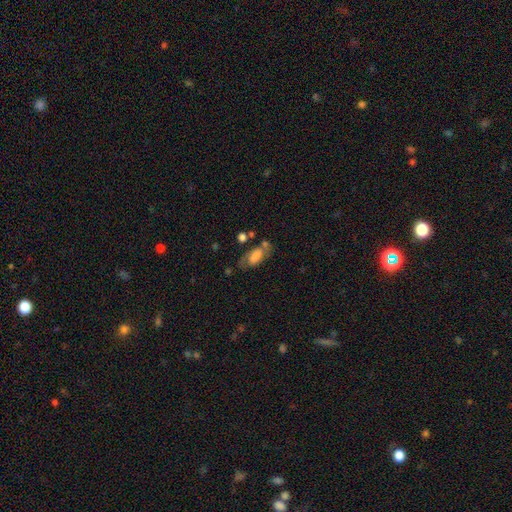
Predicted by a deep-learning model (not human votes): Smooth or featured?
  - smooth: 51% *
  - featured or disk: 40%
  - star or artifact: 9%
How rounded?
  - in between: 86% *
  - cigar-shaped: 9%
  - round: 5%
Merging?
  - none: 57% *
  - minor disturbance: 22%
  - major disturbance: 12%
  - merger: 9%